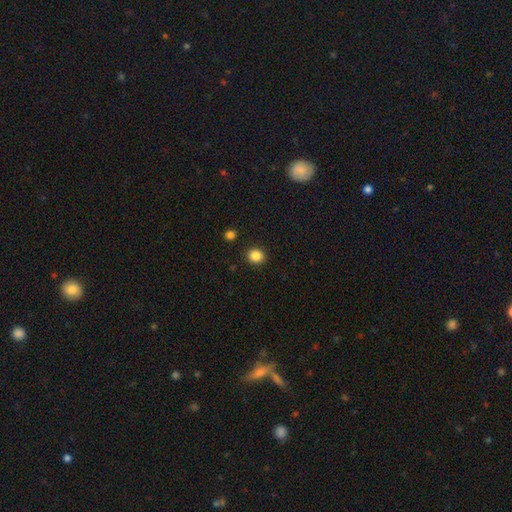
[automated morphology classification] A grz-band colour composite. It shows a smooth galaxy with no disk features (85%) that is round (79%). Merging: none (90%).